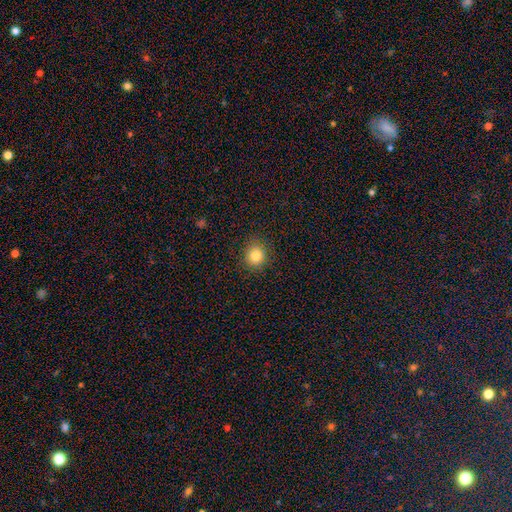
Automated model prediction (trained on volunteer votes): Smooth or featured: smooth — 83% (star or artifact — 11%)
How rounded: round — 85% (in between — 14%)
Merging: none — 89% (minor disturbance — 8%)